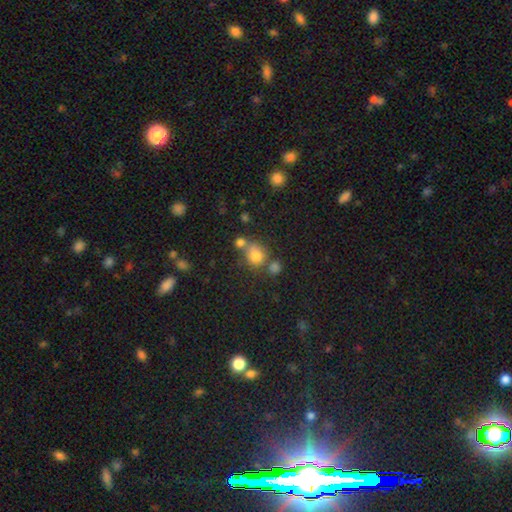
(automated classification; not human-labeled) Q: Smooth or featured?
A: smooth (77%); runner-up: star or artifact (14%)
Q: How rounded?
A: round (71%); runner-up: in between (28%)
Q: Merging?
A: none (53%); runner-up: merger (27%)